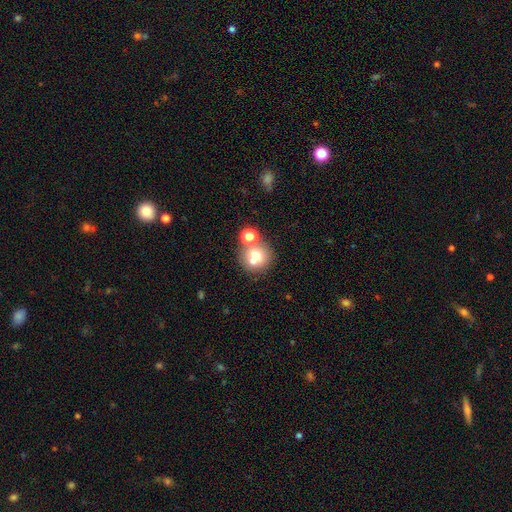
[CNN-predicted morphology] type=smooth (66%); roundness=round (86%); merging=none (51%).